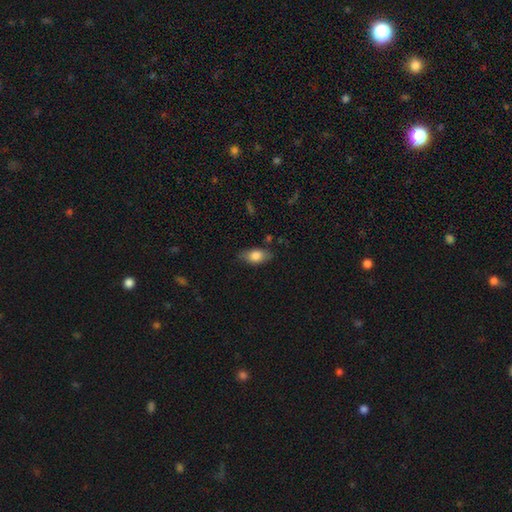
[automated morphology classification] Smooth or featured? Predicted: smooth (p=0.78). How rounded? Predicted: in between (p=0.86). Merging? Predicted: none (p=0.76).